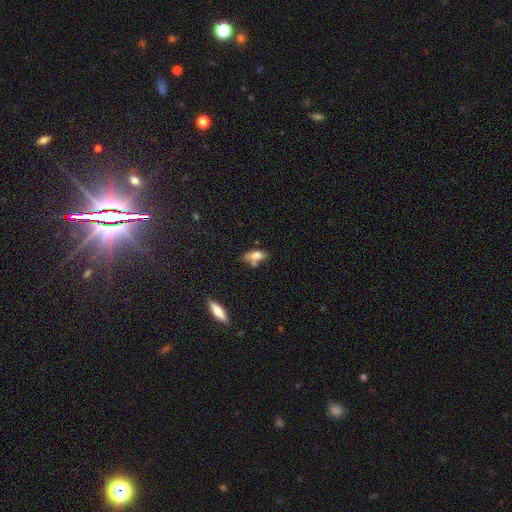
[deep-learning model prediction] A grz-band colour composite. It shows a smooth galaxy with no disk features (76%) that is in between round and cigar-shaped (80%). Merging: none (52%).